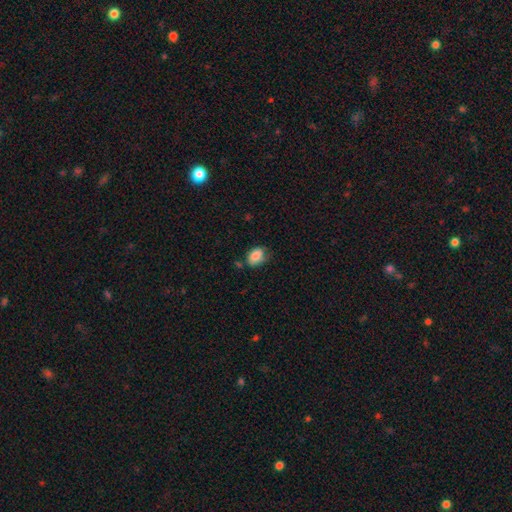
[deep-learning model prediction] Smooth or featured: smooth — 81% (featured or disk — 10%)
How rounded: in between — 79% (round — 20%)
Merging: none — 51% (minor disturbance — 34%)